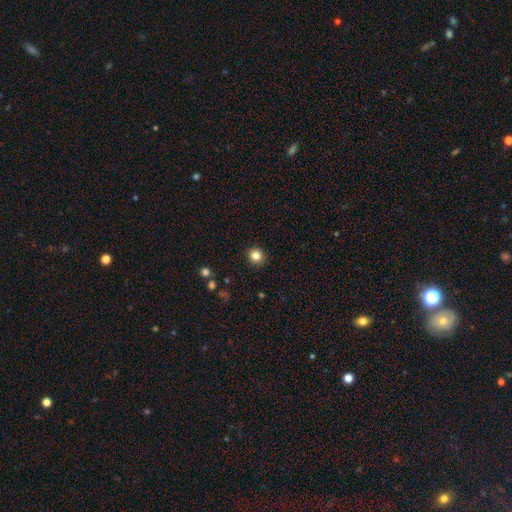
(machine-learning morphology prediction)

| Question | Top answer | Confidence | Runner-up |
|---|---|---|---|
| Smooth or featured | smooth | 83% | star or artifact (12%) |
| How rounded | round | 90% | in between (9%) |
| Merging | none | 92% | minor disturbance (5%) |